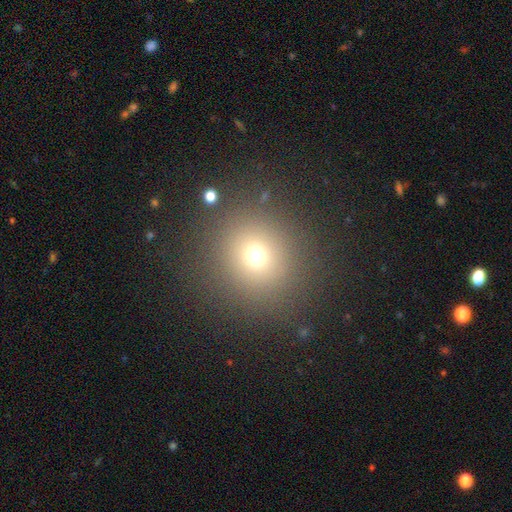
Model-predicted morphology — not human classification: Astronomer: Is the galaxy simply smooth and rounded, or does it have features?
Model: smooth — 70%.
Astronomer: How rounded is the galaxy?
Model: round — 91%.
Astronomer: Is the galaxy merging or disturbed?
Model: none — 87%.